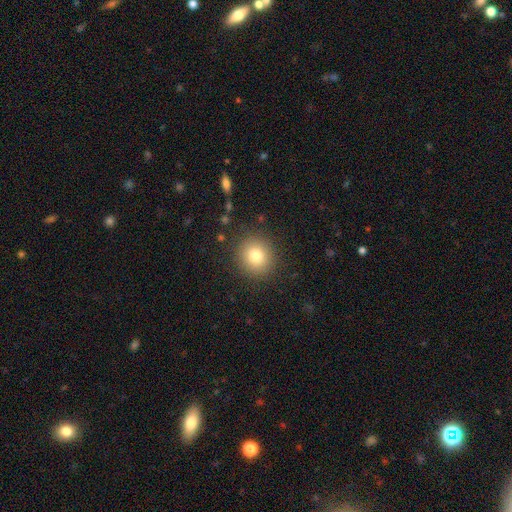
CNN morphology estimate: smooth-or-featured: smooth: 79% | star or artifact: 12% | featured or disk: 9%
  how-rounded: round: 91% | in between: 8% | cigar-shaped: 1%
  merging: none: 89% | minor disturbance: 7% | major disturbance: 3% | merger: 1%